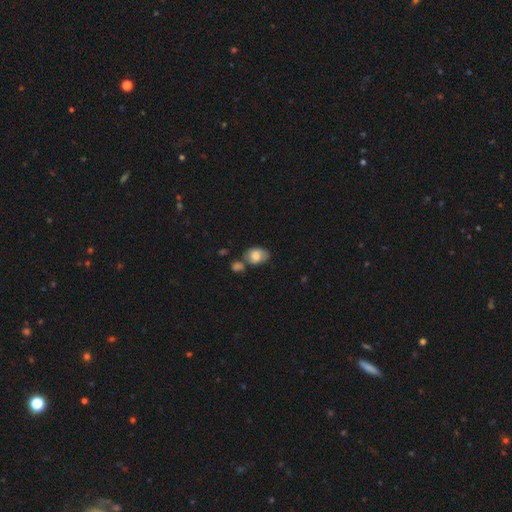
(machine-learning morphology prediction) Smooth or featured? Predicted: smooth (p=0.75). How rounded? Predicted: in between (p=0.70). Merging? Predicted: none (p=0.50).